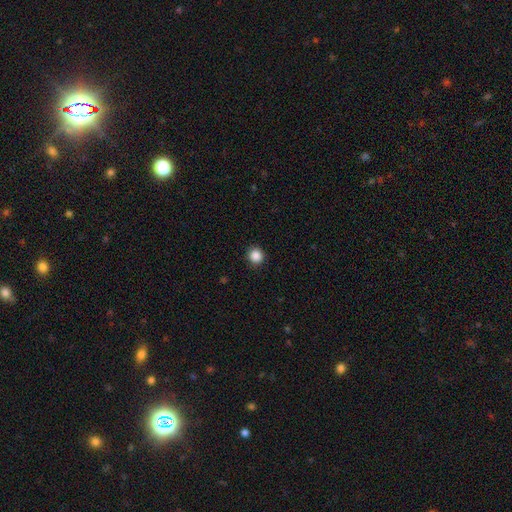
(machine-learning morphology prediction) type=smooth (87%); roundness=round (92%); merging=none (92%).